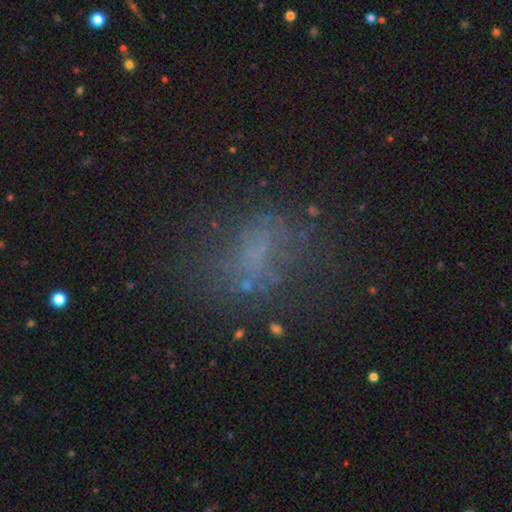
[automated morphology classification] Q: Smooth or featured?
A: smooth (40%); runner-up: featured or disk (32%)
Q: Merging?
A: none (57%); runner-up: major disturbance (21%)